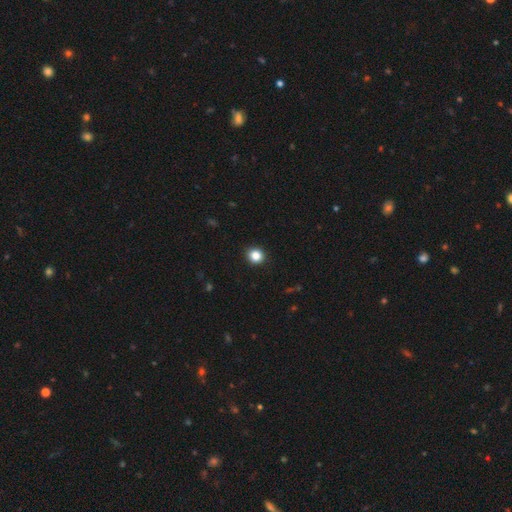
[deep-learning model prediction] Smooth or featured? Predicted: smooth (p=0.86). How rounded? Predicted: round (p=0.87). Merging? Predicted: none (p=0.92).